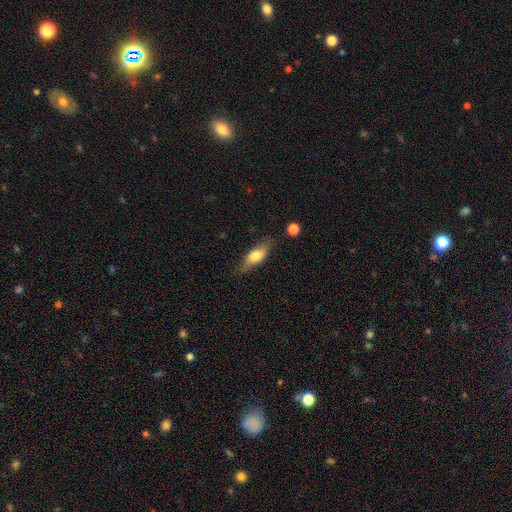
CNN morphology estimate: Smooth or featured?
  - smooth: 64% *
  - featured or disk: 29%
  - star or artifact: 7%
How rounded?
  - in between: 67% *
  - cigar-shaped: 29%
  - round: 4%
Merging?
  - none: 75% *
  - minor disturbance: 18%
  - major disturbance: 5%
  - merger: 2%